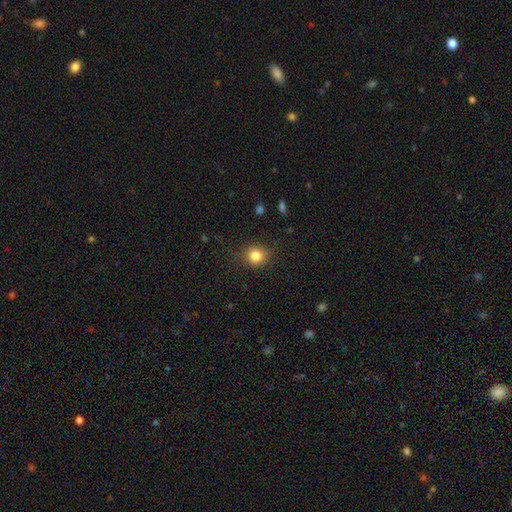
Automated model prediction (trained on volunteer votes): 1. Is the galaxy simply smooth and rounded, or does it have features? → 83% smooth, 11% star or artifact, 6% featured or disk.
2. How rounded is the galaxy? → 84% round, 15% in between, 1% cigar-shaped.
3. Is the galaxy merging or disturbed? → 86% none, 10% minor disturbance, 3% major disturbance, 1% merger.